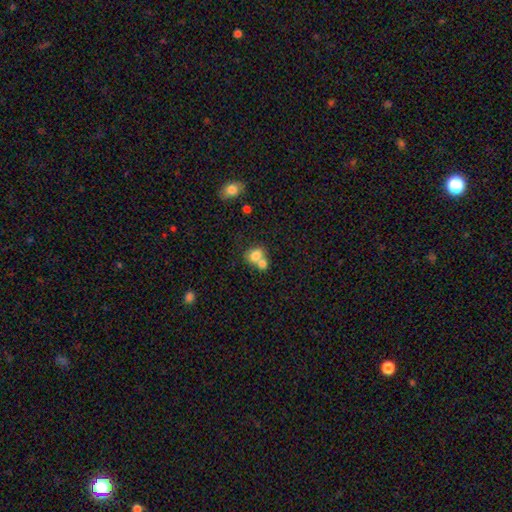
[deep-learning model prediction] A smooth galaxy with no disk features (77%) that is in between round and cigar-shaped (52%). Merging: merger (62%).